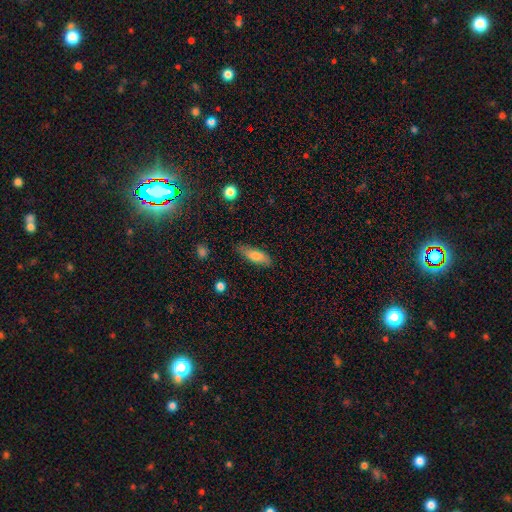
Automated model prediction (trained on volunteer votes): Q: Smooth or featured?
A: smooth (78%); runner-up: featured or disk (15%)
Q: How rounded?
A: in between (62%); runner-up: cigar-shaped (36%)
Q: Merging?
A: none (80%); runner-up: minor disturbance (16%)